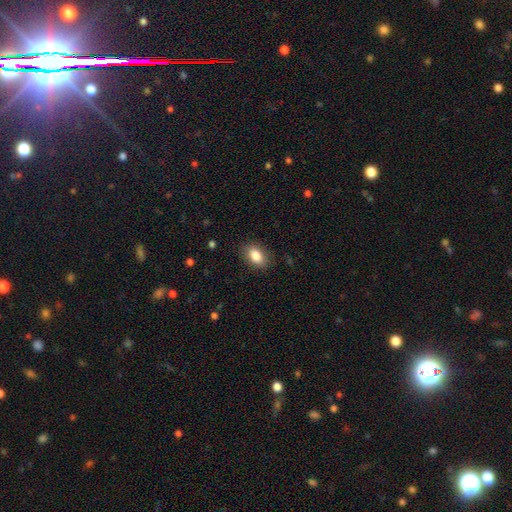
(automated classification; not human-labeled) Smooth or featured? smooth (85%)
How rounded? in between (86%)
Merging? none (86%)